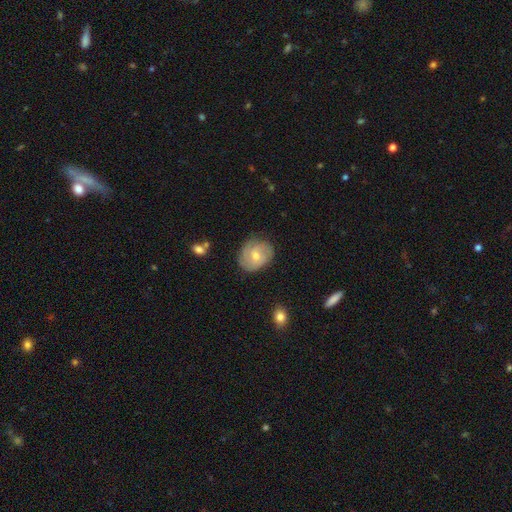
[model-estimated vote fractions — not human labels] Smooth or featured? featured or disk (63%)
Edge-on disk? no (97%)
Bar? no (61%)
Spiral arms? yes (85%)
Spiral winding? tight (60%)
Spiral arm count? 2 (36%)
Bulge size? moderate (56%)
Merging? none (75%)